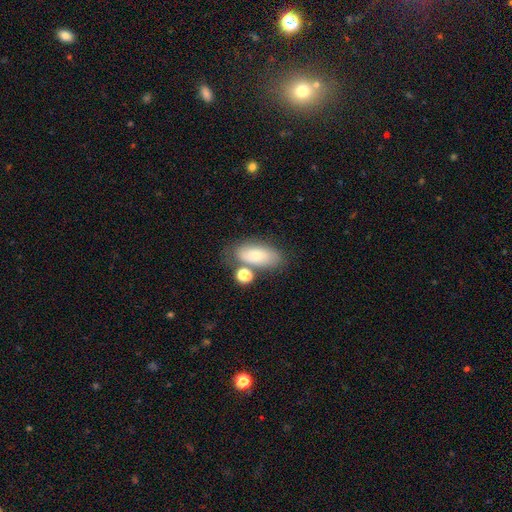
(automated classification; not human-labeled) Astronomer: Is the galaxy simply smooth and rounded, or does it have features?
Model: smooth — 69%.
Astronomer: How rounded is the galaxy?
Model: in between — 88%.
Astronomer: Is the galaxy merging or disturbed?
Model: none — 60%.